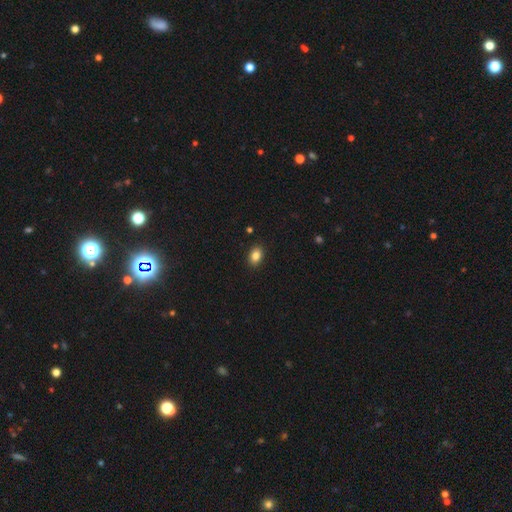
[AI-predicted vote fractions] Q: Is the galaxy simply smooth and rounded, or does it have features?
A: smooth — 85%.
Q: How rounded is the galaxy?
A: in between — 79%.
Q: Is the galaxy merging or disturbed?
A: none — 89%.